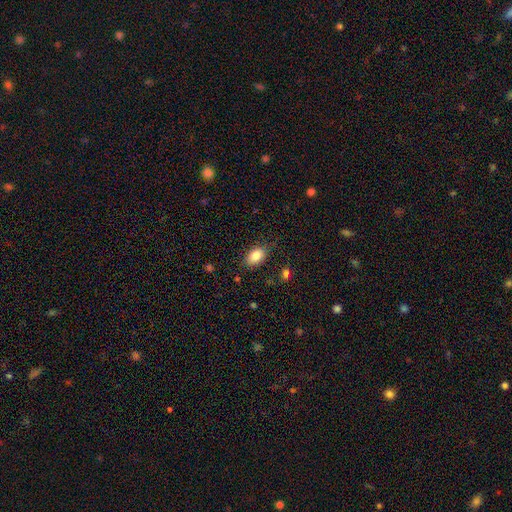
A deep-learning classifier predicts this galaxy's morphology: Q: Smooth or featured?
A: smooth (86%); runner-up: star or artifact (8%)
Q: How rounded?
A: in between (90%); runner-up: round (9%)
Q: Merging?
A: none (81%); runner-up: minor disturbance (14%)